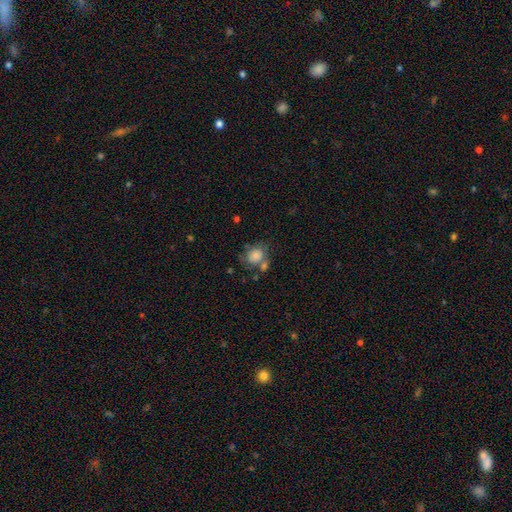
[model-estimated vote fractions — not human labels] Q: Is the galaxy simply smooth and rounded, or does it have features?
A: smooth — 73%.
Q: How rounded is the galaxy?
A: round — 67%.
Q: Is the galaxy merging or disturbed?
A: none — 45%.